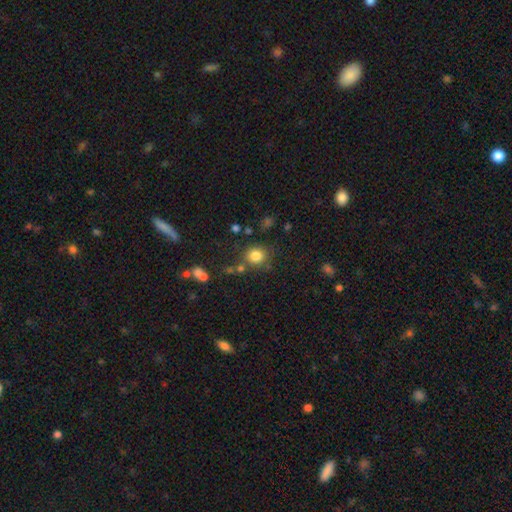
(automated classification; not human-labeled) Smooth or featured?
  - smooth: 81% *
  - star or artifact: 12%
  - featured or disk: 6%
How rounded?
  - round: 85% *
  - in between: 14%
  - cigar-shaped: 1%
Merging?
  - none: 76% *
  - minor disturbance: 11%
  - merger: 8%
  - major disturbance: 4%